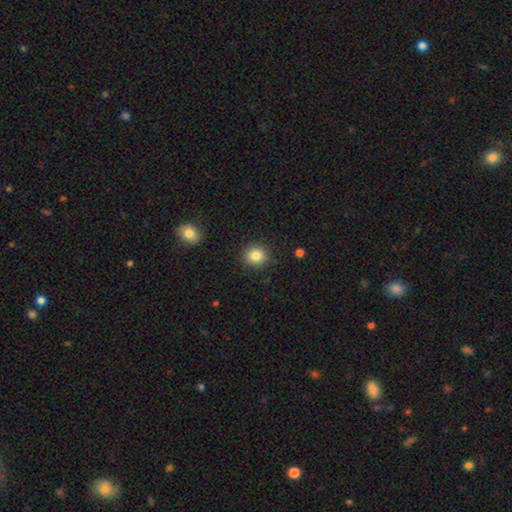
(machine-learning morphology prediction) Smooth or featured? smooth (84%)
How rounded? round (82%)
Merging? none (89%)